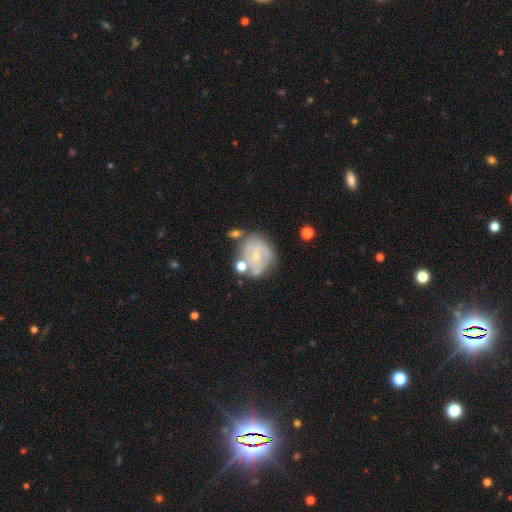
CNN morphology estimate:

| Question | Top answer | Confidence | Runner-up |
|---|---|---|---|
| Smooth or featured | featured or disk | 61% | smooth (31%) |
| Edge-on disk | no | 97% | yes (3%) |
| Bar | no | 57% | weak (36%) |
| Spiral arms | yes | 61% | no (39%) |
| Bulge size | small | 66% | moderate (25%) |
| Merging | none | 49% | minor disturbance (23%) |